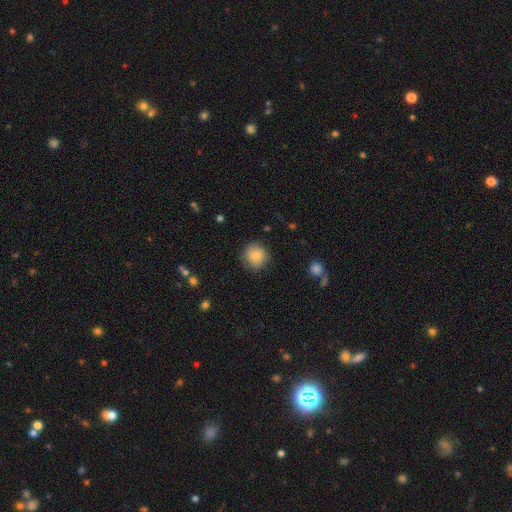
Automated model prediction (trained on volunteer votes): smooth_or_featured: smooth (p=0.82) [alt: featured or disk p=0.09]
how_rounded: round (p=0.91) [alt: in between p=0.08]
merging: none (p=0.81) [alt: minor disturbance p=0.14]